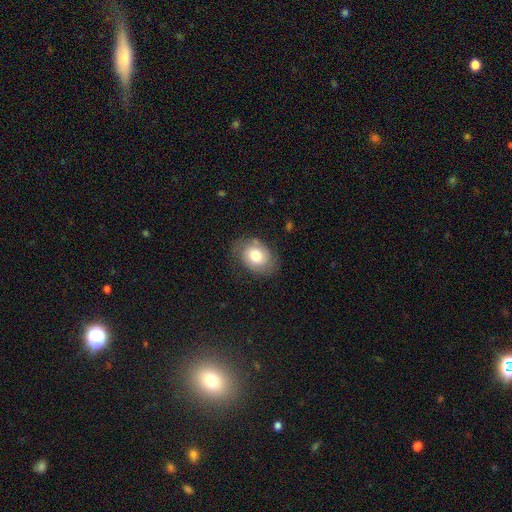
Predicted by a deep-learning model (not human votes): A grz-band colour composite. It shows a smooth galaxy with no disk features (66%) that is in between round and cigar-shaped (66%). Merging: none (71%).